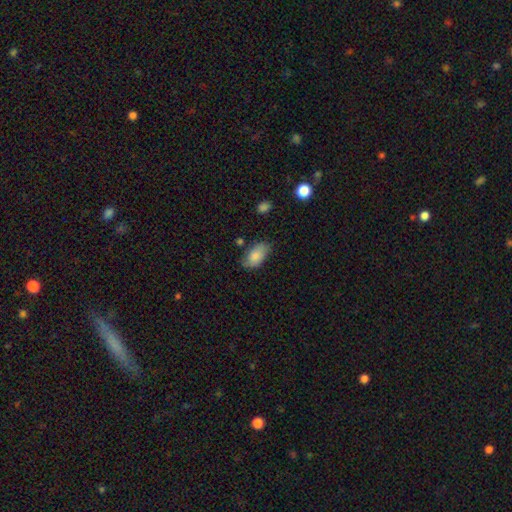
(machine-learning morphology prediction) smooth_or_featured: smooth (p=0.78) [alt: featured or disk p=0.15]
how_rounded: in between (p=0.94) [alt: round p=0.04]
merging: none (p=0.65) [alt: minor disturbance p=0.26]